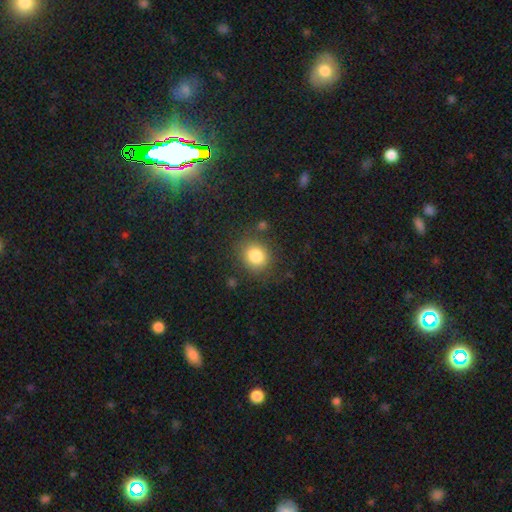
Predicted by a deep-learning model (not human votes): smooth 83%, star or artifact 10%, featured or disk 7%. Down the decision tree: how rounded — round (80%); merging — none (81%).